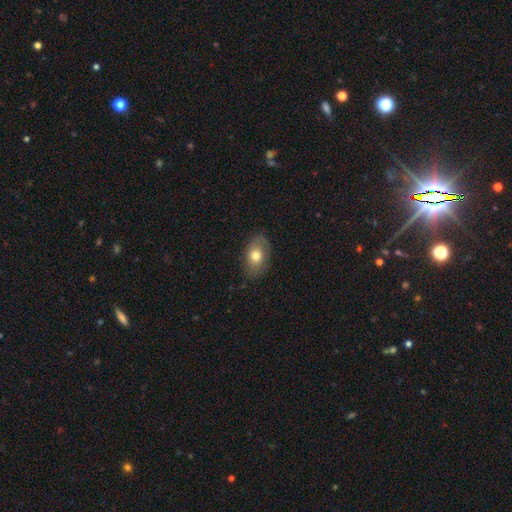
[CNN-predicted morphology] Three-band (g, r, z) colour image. It shows a smooth galaxy with no disk features (68%) that is in between round and cigar-shaped (86%). Merging: none (76%).